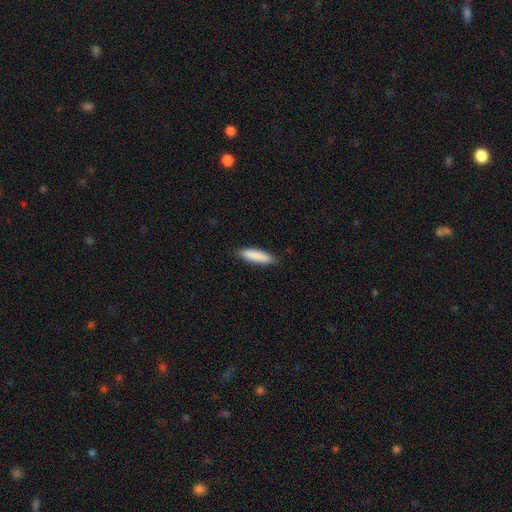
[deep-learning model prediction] Smooth or featured: smooth — 87% (featured or disk — 7%)
How rounded: cigar-shaped — 72% (in between — 27%)
Merging: none — 87% (minor disturbance — 10%)